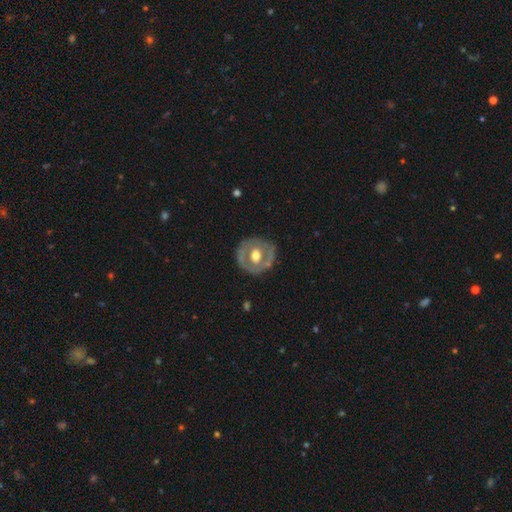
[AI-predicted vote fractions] This is likely a featured or disk galaxy (61%). It is clearly not viewed edge-on (95%). Bar: likely no (73%). Spiral arm pattern: clearly no (84%). Central bulge: likely moderate (67%). Merging: likely none (79%).